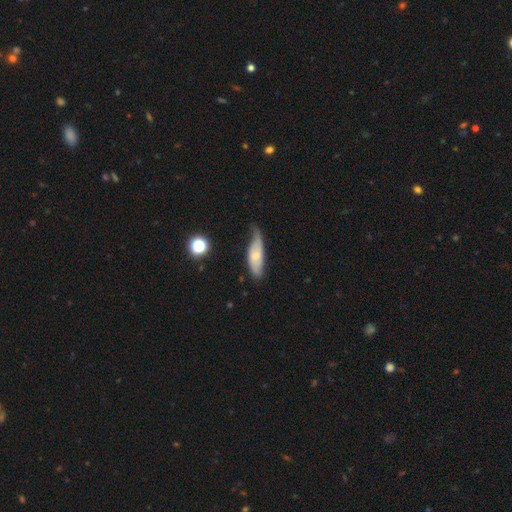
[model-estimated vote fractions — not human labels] Overall: smooth (56%; featured or disk 38%). How rounded: in between (59%; cigar-shaped 39%). Merging: none (42%; minor disturbance 40%).